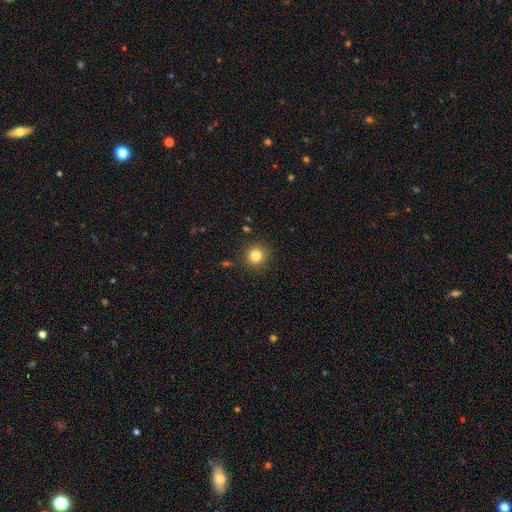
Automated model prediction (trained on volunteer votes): smooth_or_featured: smooth (p=0.82) [alt: star or artifact p=0.12]
how_rounded: round (p=0.92) [alt: in between p=0.07]
merging: none (p=0.90) [alt: minor disturbance p=0.06]